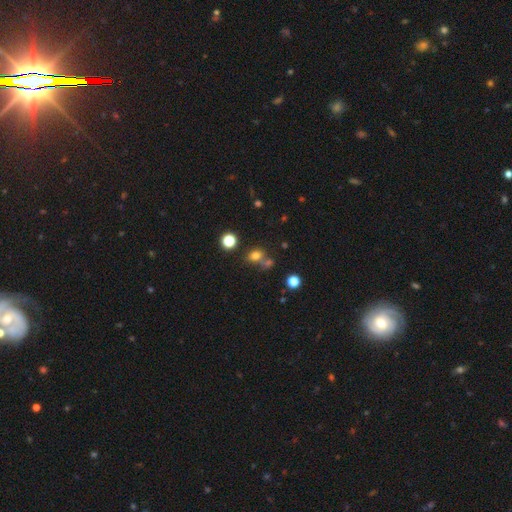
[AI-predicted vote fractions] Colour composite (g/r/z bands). It shows a smooth galaxy with no disk features (73%) that is round (50%). Merging: none (51%).